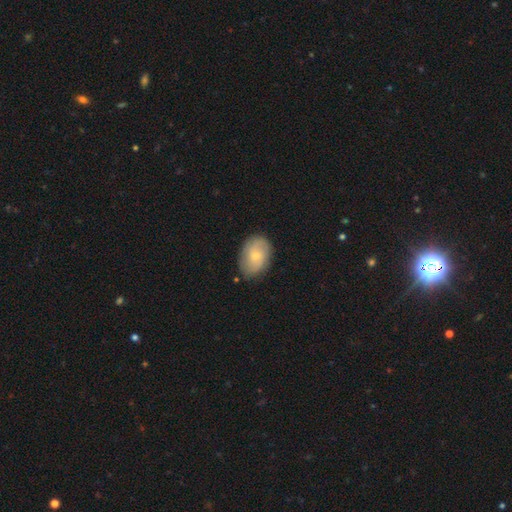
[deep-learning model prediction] Smooth or featured?
  - smooth: 50% *
  - featured or disk: 43%
  - star or artifact: 7%
How rounded?
  - in between: 77% *
  - round: 22%
  - cigar-shaped: 1%
Merging?
  - none: 80% *
  - minor disturbance: 15%
  - major disturbance: 3%
  - merger: 1%